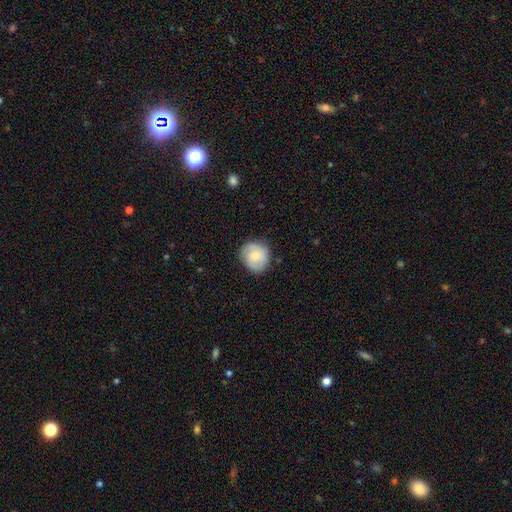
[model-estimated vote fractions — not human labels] Smooth or featured: smooth — 71% (featured or disk — 23%)
How rounded: round — 79% (in between — 20%)
Merging: none — 76% (minor disturbance — 19%)